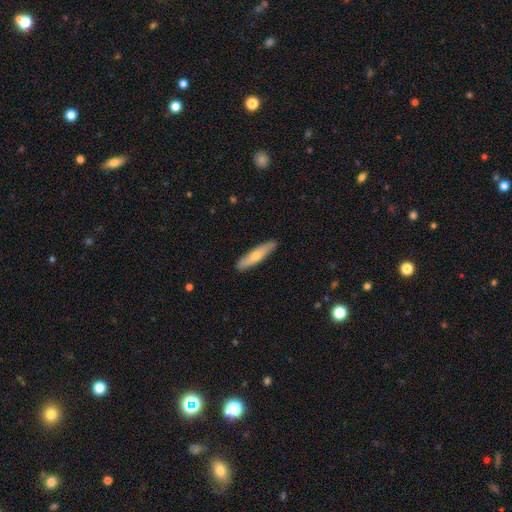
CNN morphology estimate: A smooth galaxy with no disk features (55%) that is cigar-shaped (84%). Merging: none (89%).